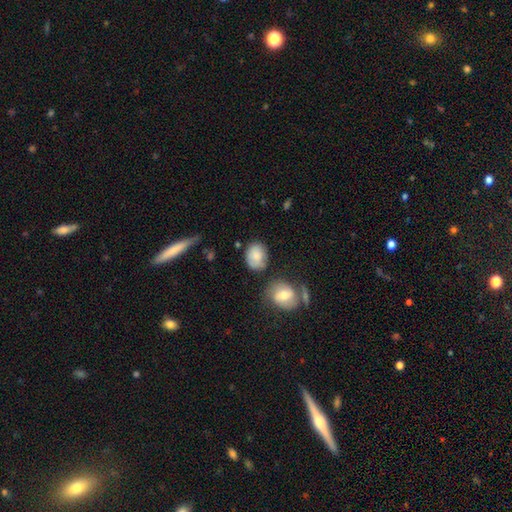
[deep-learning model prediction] smooth 79%, featured or disk 13%, star or artifact 7%. Down the decision tree: how rounded — in between (51%); merging — none (60%).